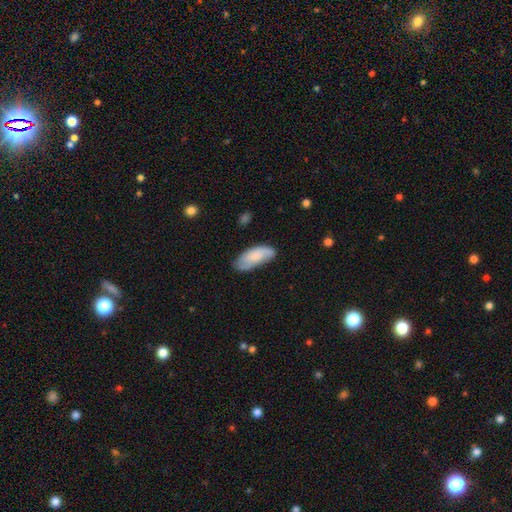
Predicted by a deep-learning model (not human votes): This appears to be a smooth galaxy with no disk features (69%) that is in between round and cigar-shaped (83%). Merging: none (64%).